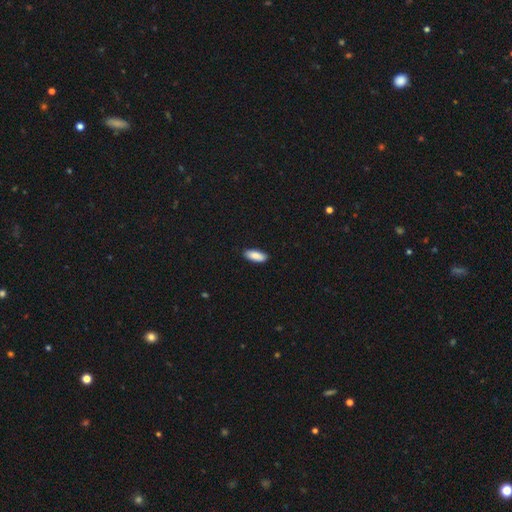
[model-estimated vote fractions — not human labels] Morphology: type=smooth (88%); roundness=in between (78%); merging=none (89%).